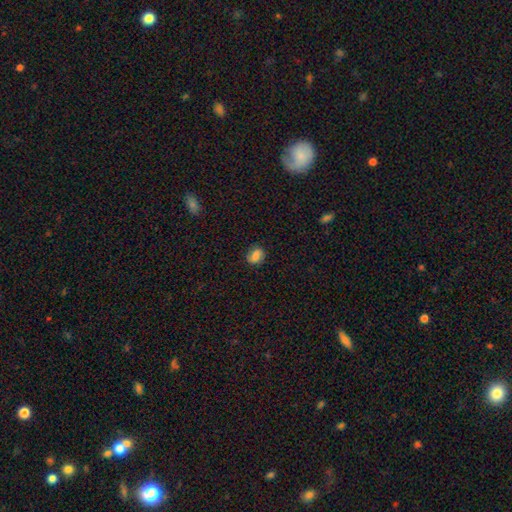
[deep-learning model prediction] The model was most divided on "how rounded": round: 55%, in between: 43%, cigar-shaped: 2%. More confident: merging — none (80%); smooth or featured — smooth (71%).